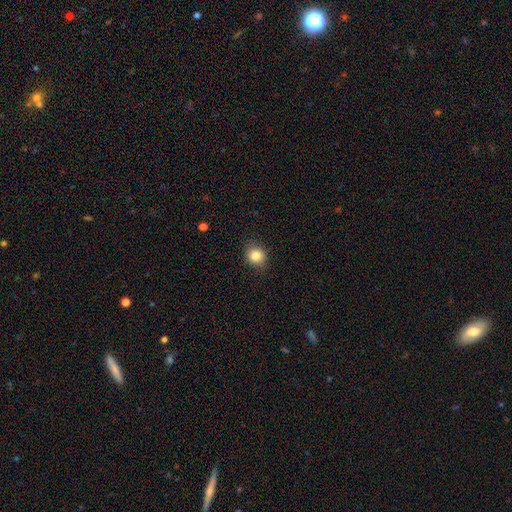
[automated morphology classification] Q: Smooth or featured?
A: smooth (83%); runner-up: star or artifact (10%)
Q: How rounded?
A: round (76%); runner-up: in between (23%)
Q: Merging?
A: none (87%); runner-up: minor disturbance (10%)